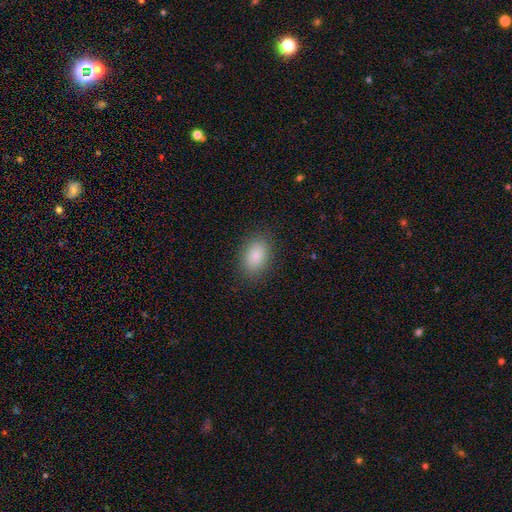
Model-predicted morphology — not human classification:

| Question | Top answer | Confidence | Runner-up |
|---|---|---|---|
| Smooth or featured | smooth | 86% | star or artifact (9%) |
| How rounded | in between | 82% | round (17%) |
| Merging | none | 87% | minor disturbance (9%) |